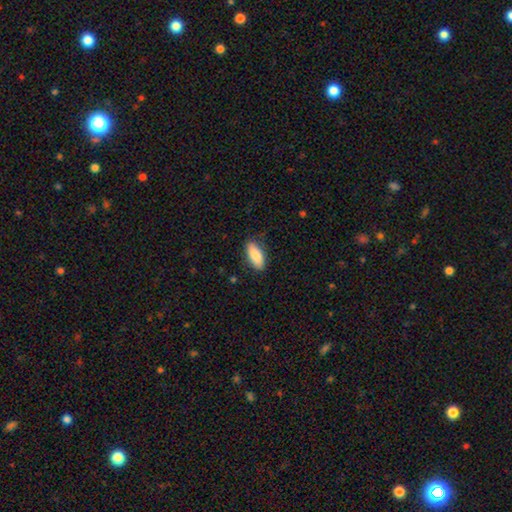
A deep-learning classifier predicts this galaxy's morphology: smooth_or_featured: smooth (p=0.84) [alt: featured or disk p=0.10]
how_rounded: in between (p=0.83) [alt: cigar-shaped p=0.15]
merging: none (p=0.82) [alt: minor disturbance p=0.14]